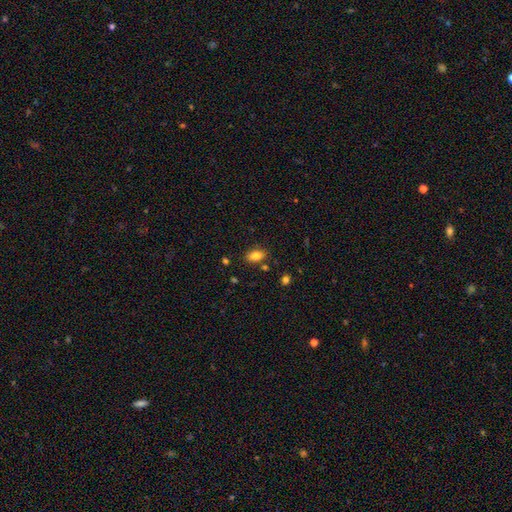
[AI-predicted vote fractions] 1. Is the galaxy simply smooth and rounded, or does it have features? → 84% smooth, 9% star or artifact, 7% featured or disk.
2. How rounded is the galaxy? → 90% in between, 7% round, 3% cigar-shaped.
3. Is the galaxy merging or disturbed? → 81% none, 12% minor disturbance, 4% merger, 3% major disturbance.